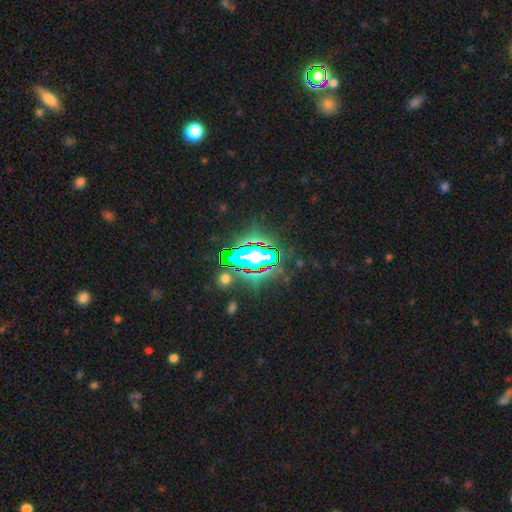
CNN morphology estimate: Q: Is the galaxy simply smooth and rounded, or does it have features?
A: star or artifact — 69%.